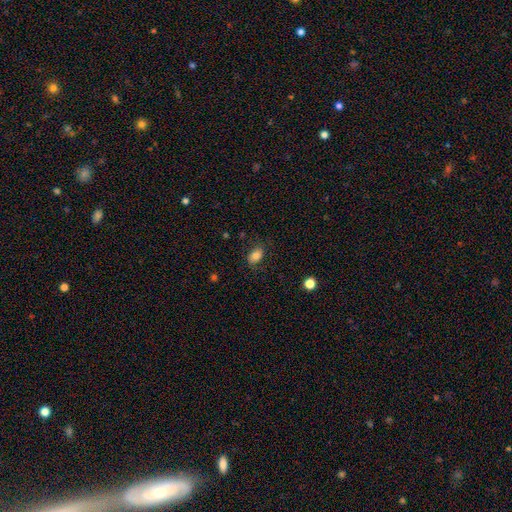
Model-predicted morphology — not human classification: Smooth or featured: smooth — 80% (featured or disk — 11%)
How rounded: in between — 82% (round — 16%)
Merging: none — 79% (minor disturbance — 15%)